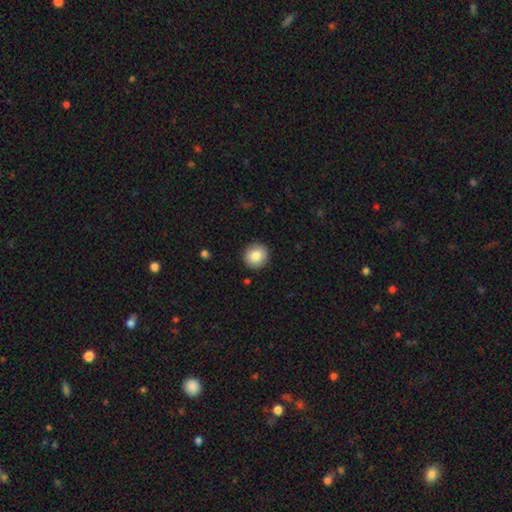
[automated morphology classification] type=smooth (86%); roundness=round (89%); merging=none (91%).